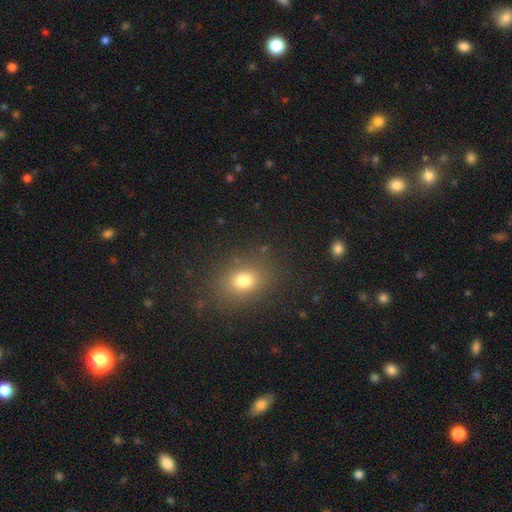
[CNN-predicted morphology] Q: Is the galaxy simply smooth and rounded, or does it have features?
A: smooth — 67%.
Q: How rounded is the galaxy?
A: round — 52%.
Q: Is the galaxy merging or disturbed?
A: none — 88%.